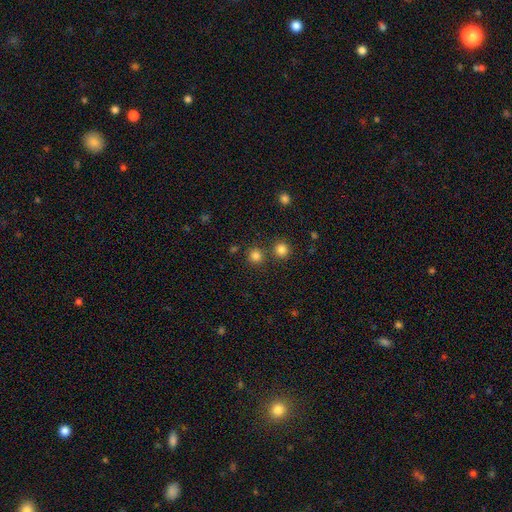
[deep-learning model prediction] smooth_or_featured: smooth (p=0.80) [alt: star or artifact p=0.16]
how_rounded: round (p=0.93) [alt: in between p=0.06]
merging: none (p=0.79) [alt: merger p=0.12]